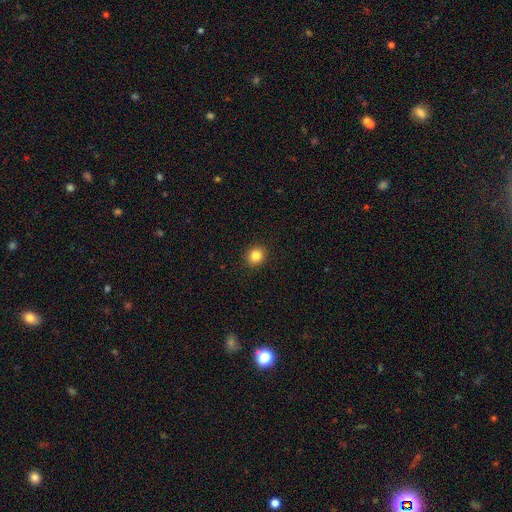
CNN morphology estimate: This appears to be a smooth galaxy with no disk features (84%) that is round (85%). Merging: none (92%).